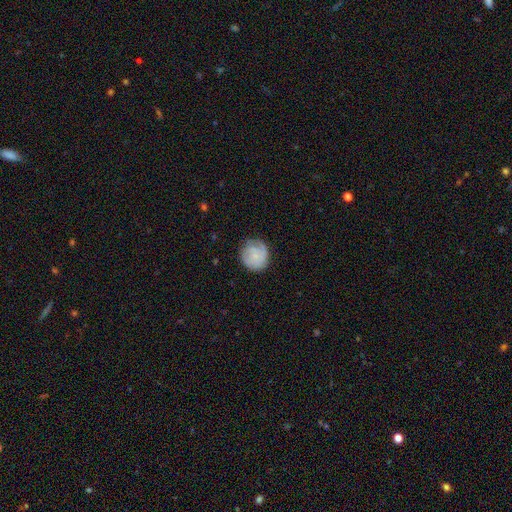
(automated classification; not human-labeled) Smooth or featured: smooth — 55% (featured or disk — 37%)
How rounded: round — 87% (in between — 13%)
Merging: none — 71% (minor disturbance — 20%)